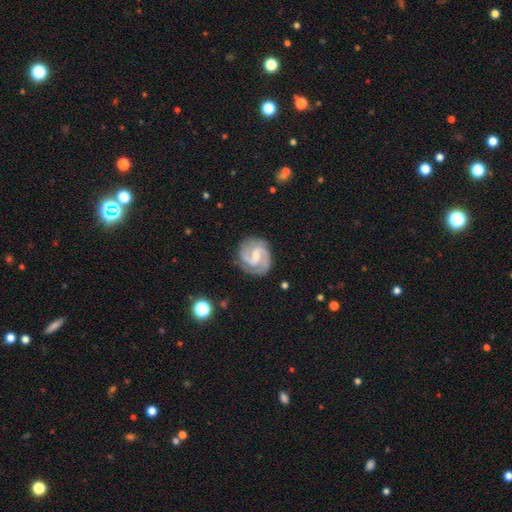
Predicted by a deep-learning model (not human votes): Smooth or featured? Predicted: featured or disk (p=0.88). Edge-on disk? Predicted: no (p=0.98). Bar? Predicted: weak (p=0.58). Spiral arms? Predicted: yes (p=0.97). Spiral winding? Predicted: medium (p=0.54). Spiral arm count? Predicted: 2 (p=0.81). Bulge size? Predicted: small (p=0.52). Merging? Predicted: none (p=0.79).